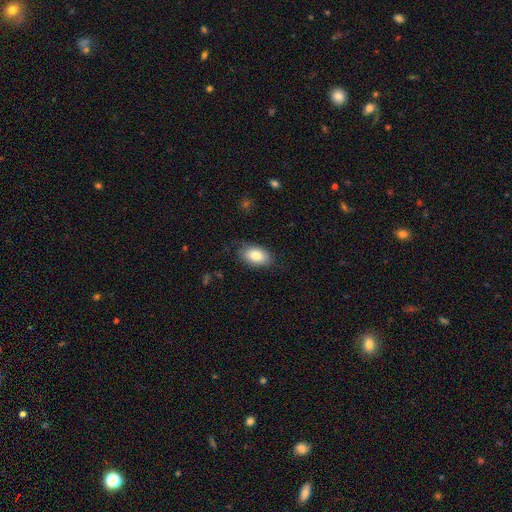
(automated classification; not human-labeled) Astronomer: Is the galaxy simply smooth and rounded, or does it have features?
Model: smooth — 81%.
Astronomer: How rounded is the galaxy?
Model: in between — 92%.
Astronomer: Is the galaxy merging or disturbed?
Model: none — 79%.